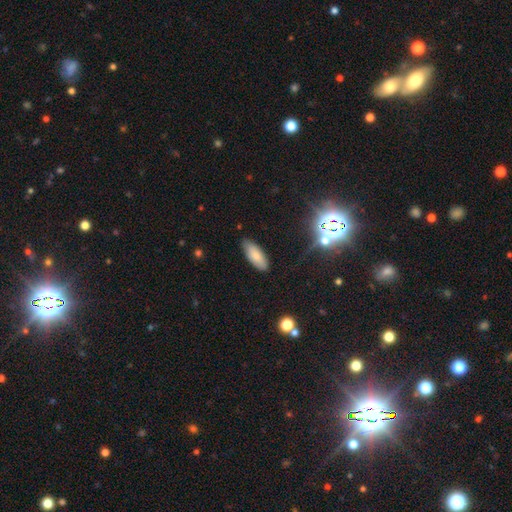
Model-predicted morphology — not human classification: type=smooth (81%); roundness=in between (80%); merging=none (82%).